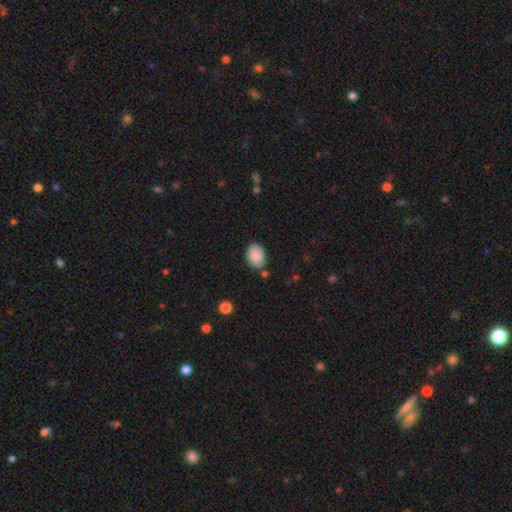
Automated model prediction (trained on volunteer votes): Smooth or featured? smooth (87%)
How rounded? in between (73%)
Merging? none (78%)